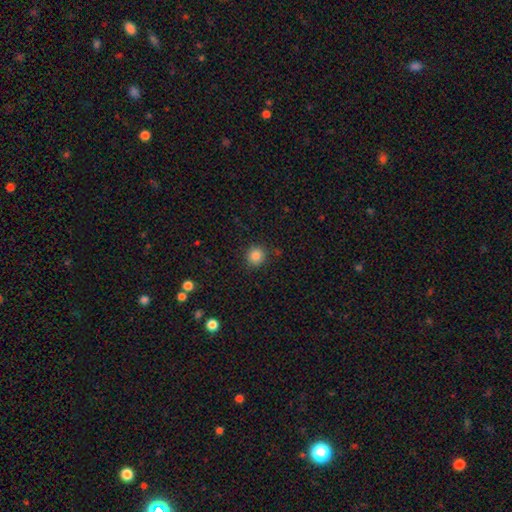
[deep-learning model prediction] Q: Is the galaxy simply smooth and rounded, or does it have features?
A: smooth — 84%.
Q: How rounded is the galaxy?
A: round — 91%.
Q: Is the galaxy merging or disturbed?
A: none — 87%.